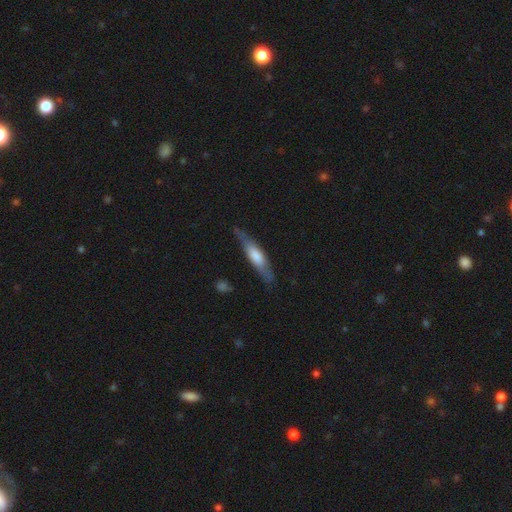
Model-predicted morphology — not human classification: The model was most divided on "smooth or featured": featured or disk: 55%, smooth: 39%, star or artifact: 6%. More confident: edge-on disk — yes (86%); merging — none (77%).